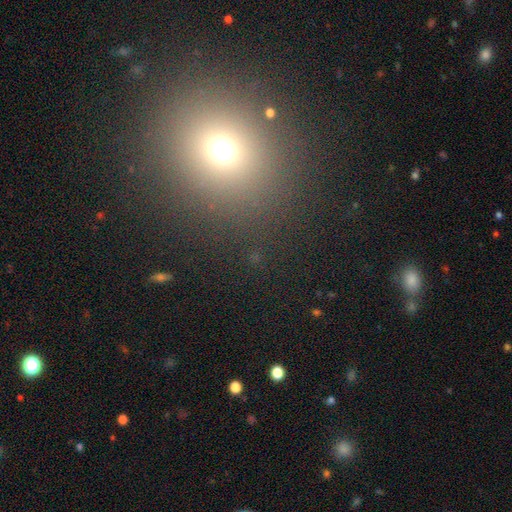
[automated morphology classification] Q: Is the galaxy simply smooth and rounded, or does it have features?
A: smooth — 56%.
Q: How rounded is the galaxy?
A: round — 81%.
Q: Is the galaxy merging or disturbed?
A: none — 87%.